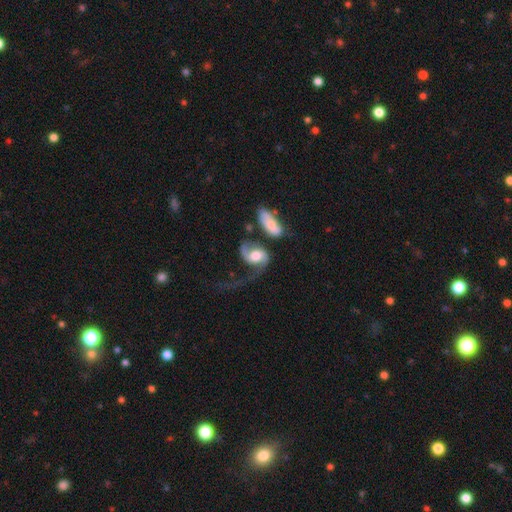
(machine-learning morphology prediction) smooth-or-featured: featured or disk: 75% | smooth: 20% | star or artifact: 6%
  disk-edge-on: no: 96% | yes: 4%
    bar: no: 56% | weak: 34% | strong: 10%
    has-spiral-arms: yes: 92% | no: 8%
      spiral-winding: loose: 55% | medium: 33% | tight: 12%
      spiral-arm-count: 2: 69% | 1: 24% | can't tell: 5% | 3: 1% | 4: 1% | more than 4: 1%
    bulge-size: moderate: 49% | large: 35% | small: 8% | dominant: 4% | none: 3%
  merging: major disturbance: 35% | merger: 29% | none: 24% | minor disturbance: 13%